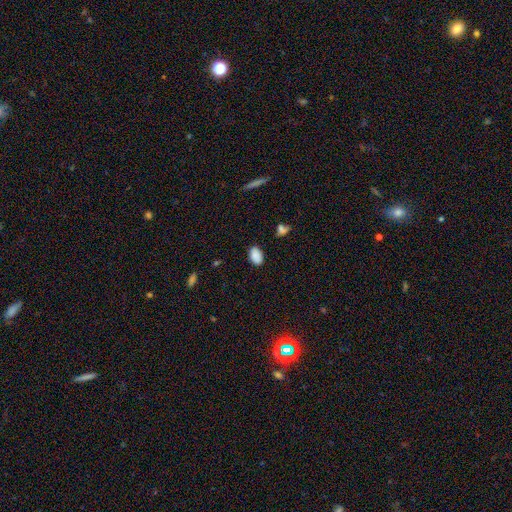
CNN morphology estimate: Overall: smooth (87%). How rounded: in between (91%). Merging: none (84%).